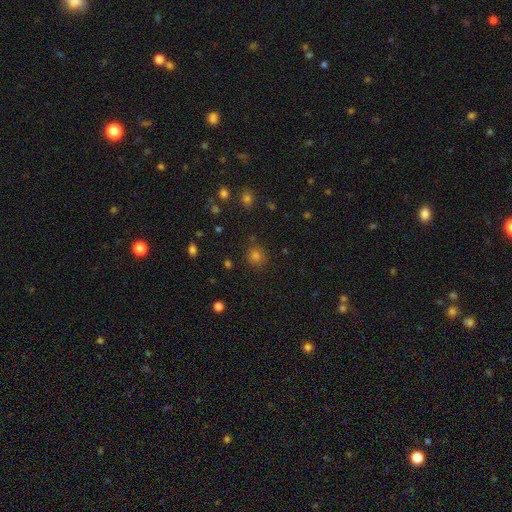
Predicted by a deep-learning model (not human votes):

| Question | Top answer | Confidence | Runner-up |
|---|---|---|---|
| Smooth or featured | smooth | 75% | star or artifact (20%) |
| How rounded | round | 86% | in between (13%) |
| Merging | none | 86% | minor disturbance (9%) |